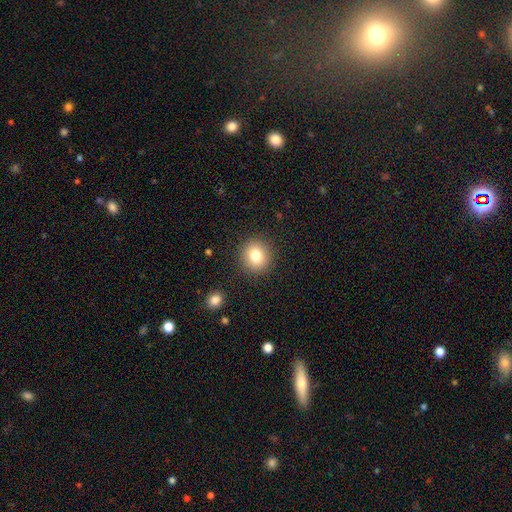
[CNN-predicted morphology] smooth-or-featured: smooth: 80% | star or artifact: 11% | featured or disk: 9%
  how-rounded: round: 87% | in between: 12% | cigar-shaped: 1%
  merging: none: 90% | minor disturbance: 7% | major disturbance: 2% | merger: 1%